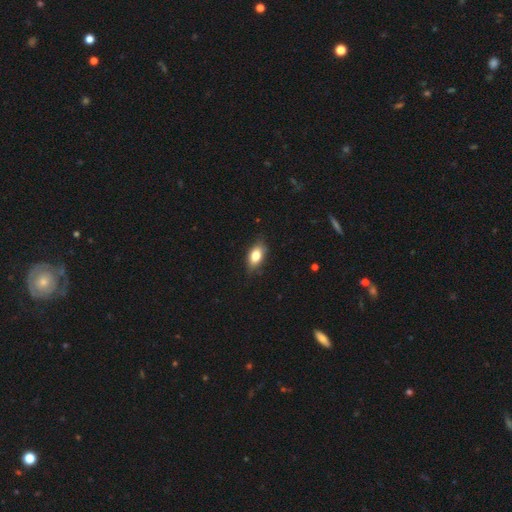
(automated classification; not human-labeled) Smooth or featured? smooth (79%)
How rounded? in between (87%)
Merging? none (81%)